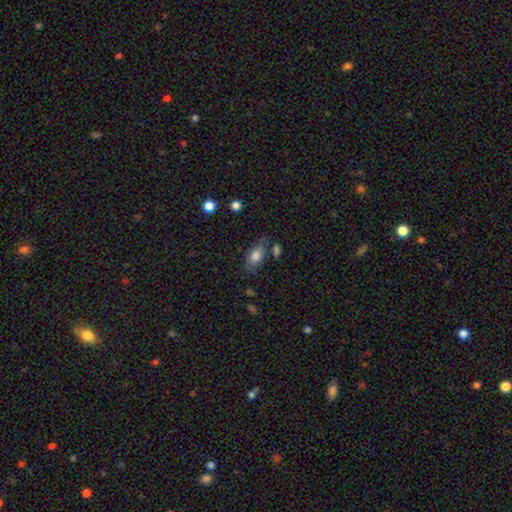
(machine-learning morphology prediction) Overall: smooth (77%). How rounded: in between (86%). Merging: none (68%).